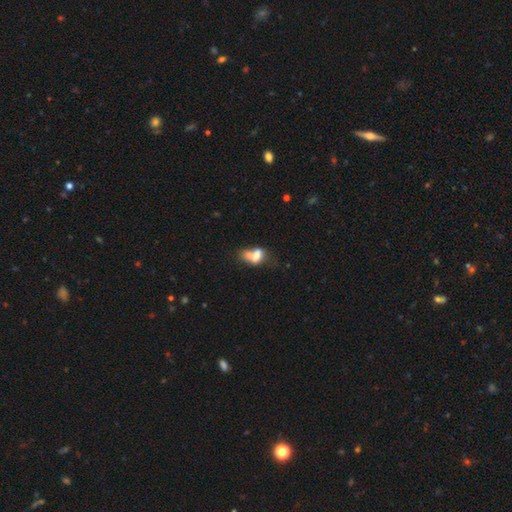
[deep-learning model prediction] Q: Smooth or featured?
A: smooth (63%); runner-up: featured or disk (26%)
Q: How rounded?
A: in between (78%); runner-up: round (16%)
Q: Merging?
A: merger (52%); runner-up: none (19%)